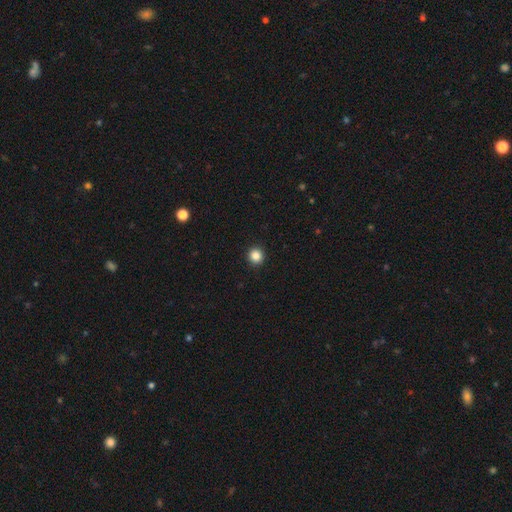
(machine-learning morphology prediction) Overall: smooth (85%). How rounded: round (95%). Merging: none (94%).